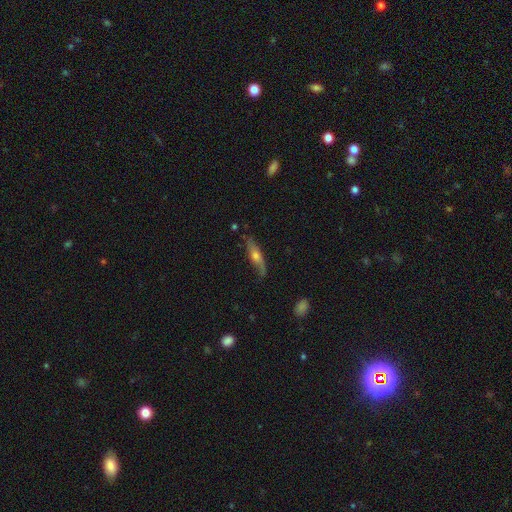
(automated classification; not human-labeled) Smooth or featured? Predicted: featured or disk (p=0.52). Edge-on disk? Predicted: yes (p=0.80). Merging? Predicted: none (p=0.73).